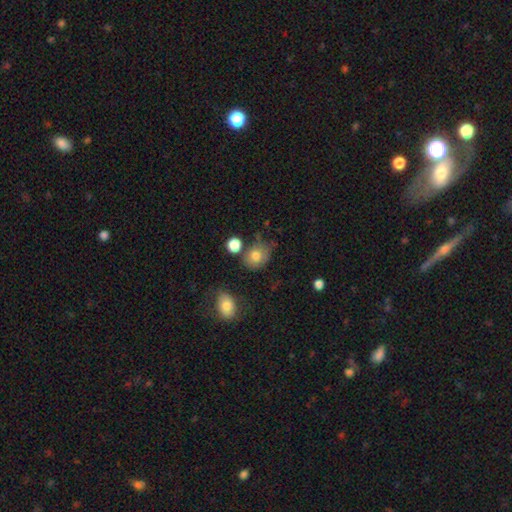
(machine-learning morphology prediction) This is likely a smooth galaxy (77%). How rounded: possibly round (51%). Merging: possibly none (57%).